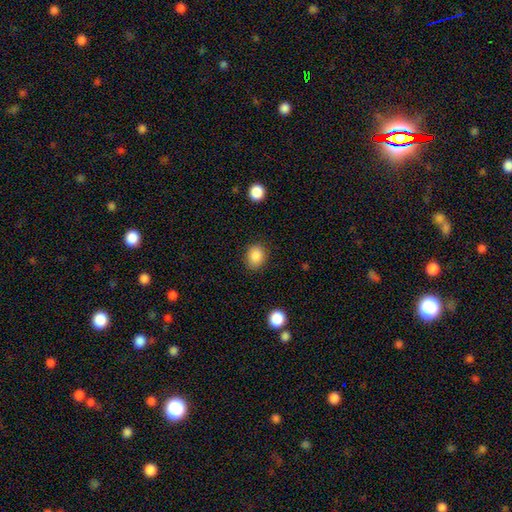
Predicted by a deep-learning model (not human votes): This is clearly a smooth galaxy (87%). How rounded: possibly round (58%). Merging: clearly none (85%).